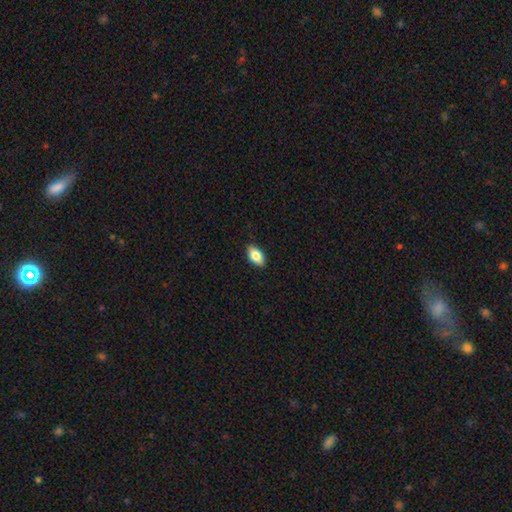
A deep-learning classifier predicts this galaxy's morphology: A smooth galaxy with no disk features (80%) that is in between round and cigar-shaped (91%).

Vote fractions:
- Smooth or featured? smooth: 80% / featured or disk: 12% / star or artifact: 7%
- How rounded? in between: 91% / round: 5% / cigar-shaped: 4%
- Merging? none: 87% / minor disturbance: 10% / major disturbance: 2% / merger: 1%